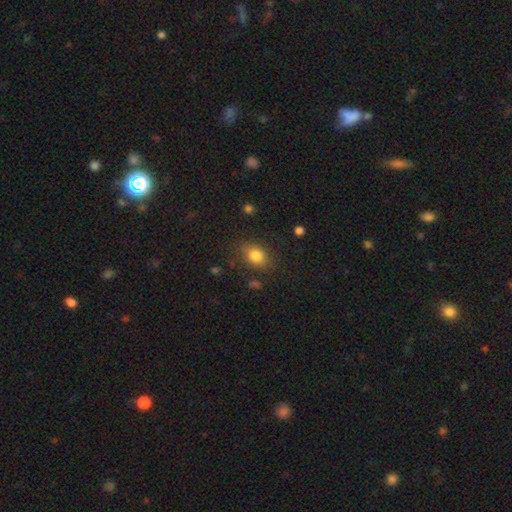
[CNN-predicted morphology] Smooth or featured? smooth (82%)
How rounded? in between (66%)
Merging? none (78%)